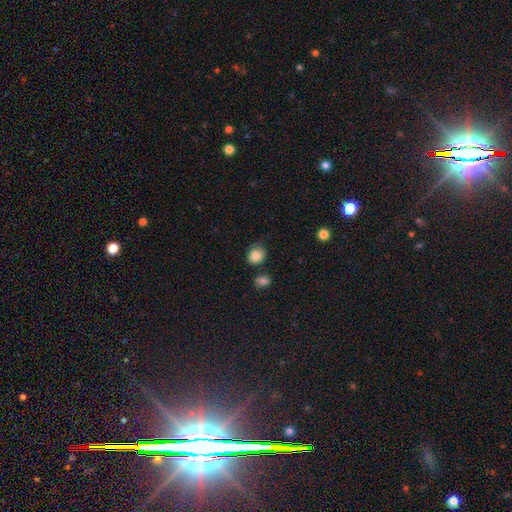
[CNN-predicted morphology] smooth_or_featured: smooth (p=0.83) [alt: star or artifact p=0.09]
how_rounded: round (p=0.72) [alt: in between p=0.27]
merging: none (p=0.71) [alt: minor disturbance p=0.20]